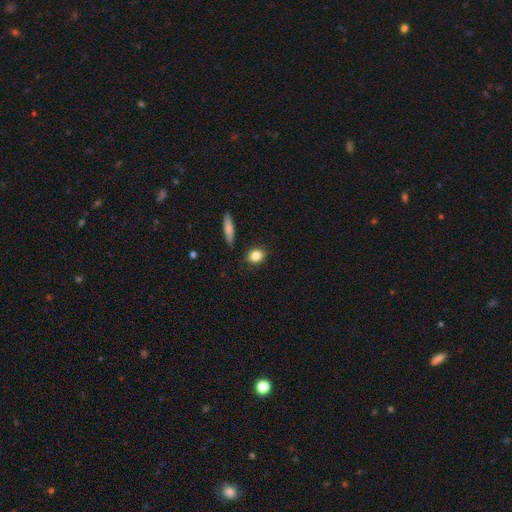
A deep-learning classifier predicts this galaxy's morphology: A smooth galaxy with no disk features (84%) that is in between round and cigar-shaped (50%). Merging: none (87%).